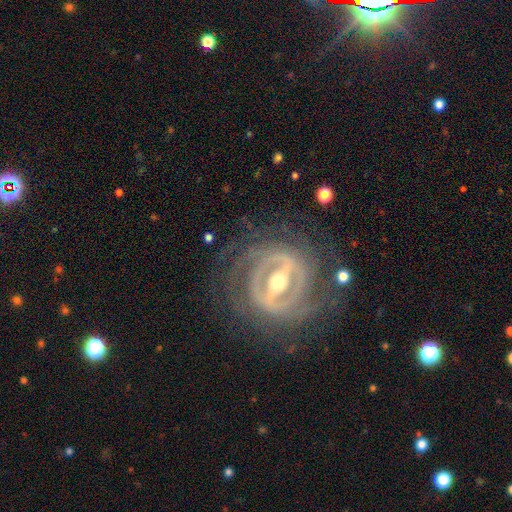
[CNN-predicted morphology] Q: Smooth or featured?
A: featured or disk (90%); runner-up: star or artifact (6%)
Q: Edge-on disk?
A: no (90%); runner-up: yes (10%)
Q: Bar?
A: strong (79%); runner-up: weak (16%)
Q: Spiral arms?
A: yes (90%); runner-up: no (10%)
Q: Spiral winding?
A: tight (73%); runner-up: medium (22%)
Q: Spiral arm count?
A: 2 (33%); runner-up: can't tell (27%)
Q: Bulge size?
A: moderate (67%); runner-up: small (24%)
Q: Merging?
A: none (76%); runner-up: minor disturbance (13%)